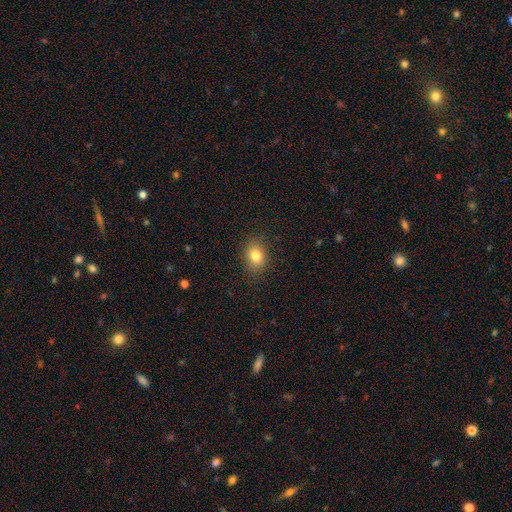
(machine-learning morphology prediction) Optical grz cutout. It shows a smooth galaxy with no disk features (81%) that is in between round and cigar-shaped (62%). Merging: none (87%).